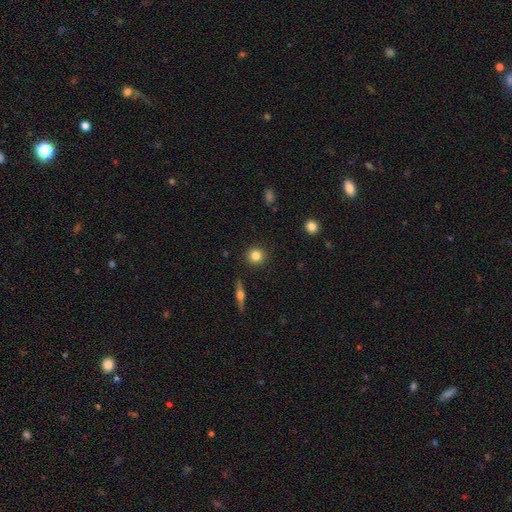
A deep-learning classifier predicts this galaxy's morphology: Overall: smooth (82%). How rounded: round (92%). Merging: none (91%).